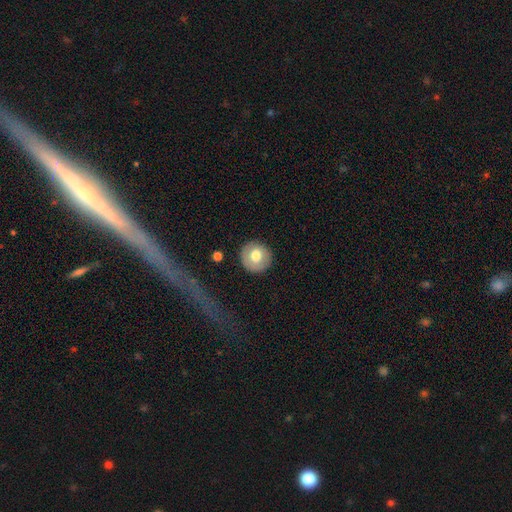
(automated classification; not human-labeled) Overall: smooth (71%). How rounded: round (93%). Merging: none (89%).